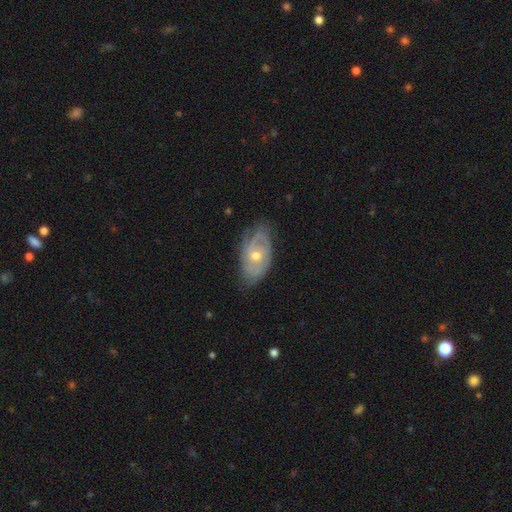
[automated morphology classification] A featured or disk galaxy (74%) with no bar (73%), tight (60%) spiral arms (84%) and a moderate central bulge (62%). Merging: none (67%).